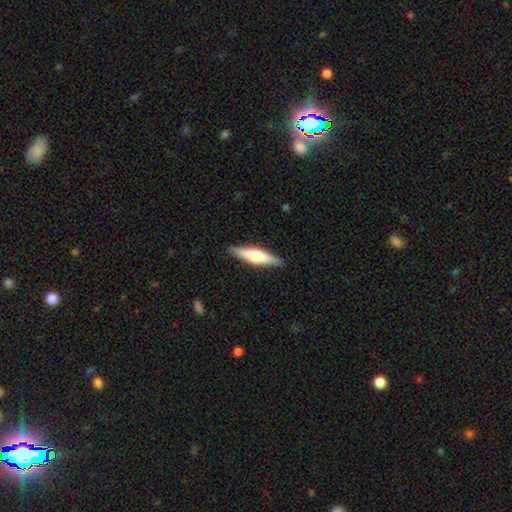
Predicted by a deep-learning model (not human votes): Smooth or featured? Predicted: featured or disk (p=0.48). Merging? Predicted: none (p=0.89).